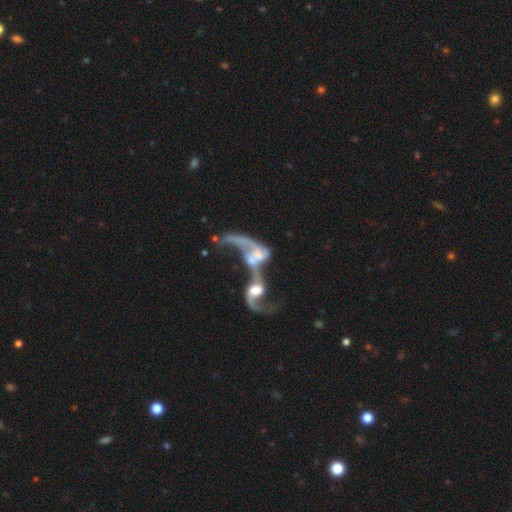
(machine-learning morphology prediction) This is likely a featured or disk galaxy (74%). It is clearly not viewed edge-on (94%). Bar: likely no (60%). Spiral arm pattern: likely yes (75%). Spiral arm count: possibly 2 (54%). Spiral winding: clearly loose (81%). Central bulge: marginally moderate (41%). Merging: likely merger (79%).